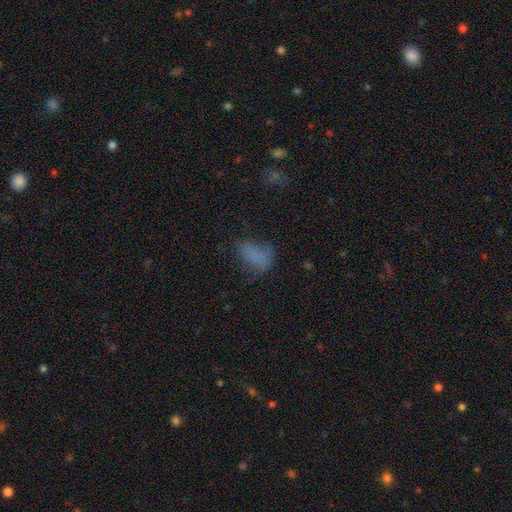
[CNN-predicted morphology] Q: Smooth or featured?
A: smooth (68%); runner-up: star or artifact (17%)
Q: How rounded?
A: in between (86%); runner-up: round (11%)
Q: Merging?
A: none (42%); runner-up: minor disturbance (27%)